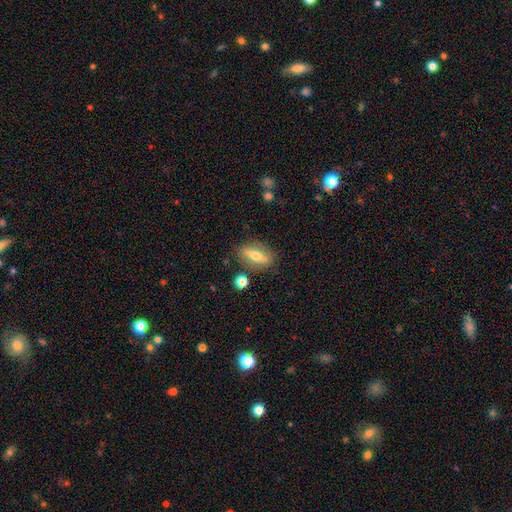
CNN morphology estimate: Smooth or featured? Predicted: smooth (p=0.52). How rounded? Predicted: in between (p=0.56). Merging? Predicted: none (p=0.82).